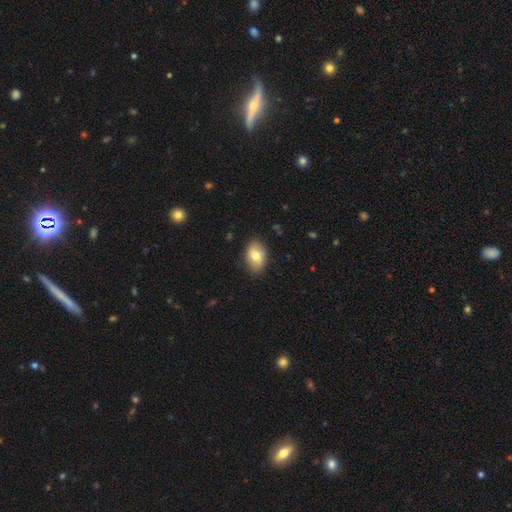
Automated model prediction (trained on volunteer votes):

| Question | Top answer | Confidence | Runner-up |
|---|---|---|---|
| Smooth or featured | smooth | 77% | featured or disk (17%) |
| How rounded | in between | 87% | round (12%) |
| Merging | none | 85% | minor disturbance (12%) |